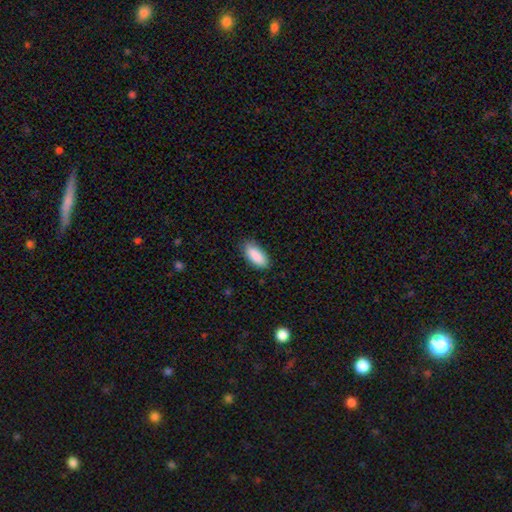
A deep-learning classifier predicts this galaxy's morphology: smooth 90%, star or artifact 6%, featured or disk 4%. Down the decision tree: how rounded — in between (88%); merging — none (83%).